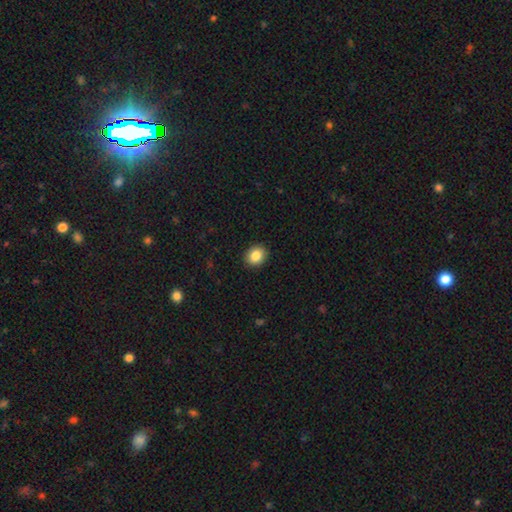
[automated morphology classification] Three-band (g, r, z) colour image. It shows a smooth galaxy with no disk features (86%) that is round (59%). Merging: none (91%).